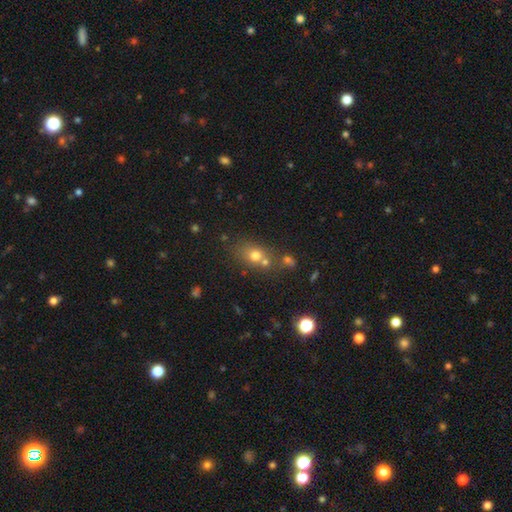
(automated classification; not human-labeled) The model was most divided on "how rounded": round: 51%, in between: 47%, cigar-shaped: 2%. Remaining: smooth or featured — smooth (68%); merging — none (49%).